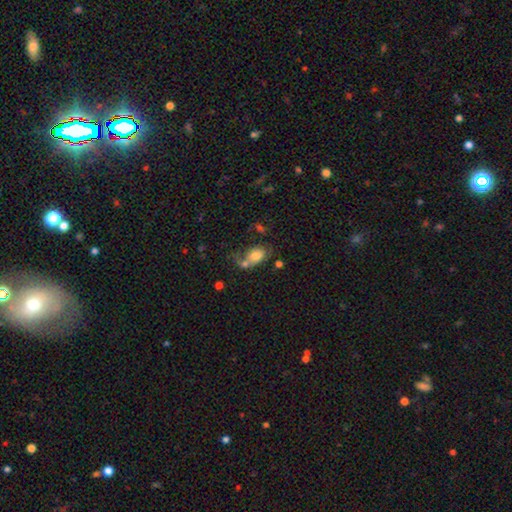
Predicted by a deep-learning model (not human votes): Overall: smooth (73%). How rounded: in between (82%). Merging: merger (40%; none 31%).